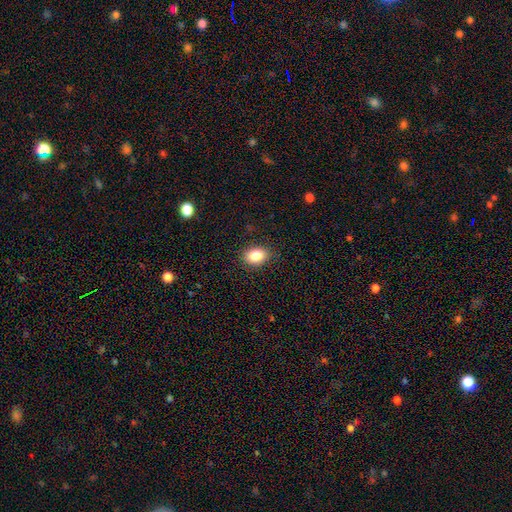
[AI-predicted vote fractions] Overall: smooth (85%). How rounded: in between (73%). Merging: none (87%).